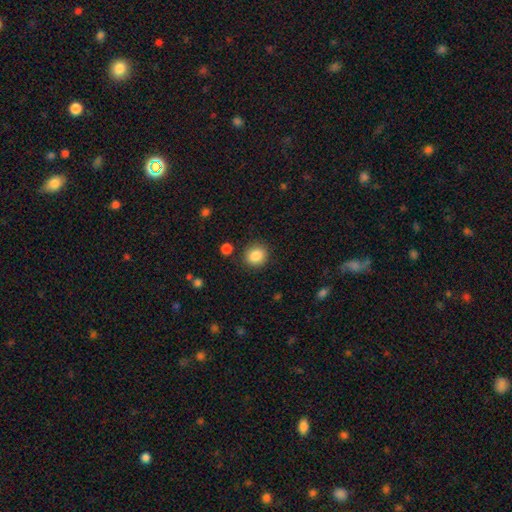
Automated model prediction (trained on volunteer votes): smooth_or_featured: smooth (p=0.87) [alt: star or artifact p=0.09]
how_rounded: round (p=0.82) [alt: in between p=0.17]
merging: none (p=0.87) [alt: minor disturbance p=0.08]